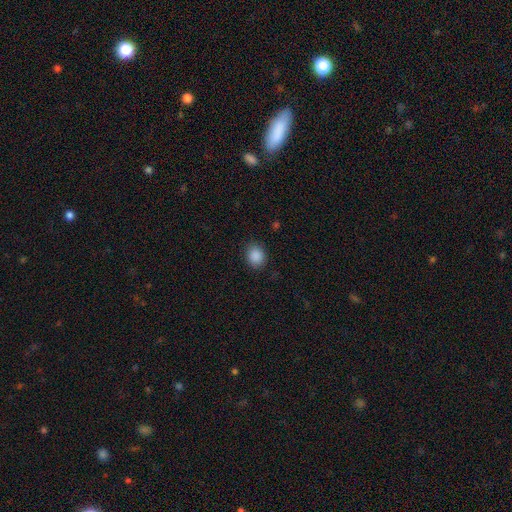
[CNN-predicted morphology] Smooth or featured: smooth — 88% (star or artifact — 9%)
How rounded: round — 63% (in between — 36%)
Merging: none — 86% (minor disturbance — 10%)